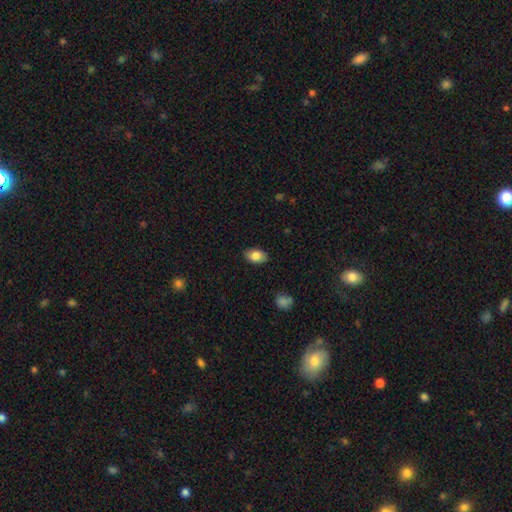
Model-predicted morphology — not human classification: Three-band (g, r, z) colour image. It shows a smooth galaxy with no disk features (83%) that is in between round and cigar-shaped (90%). Merging: none (86%).